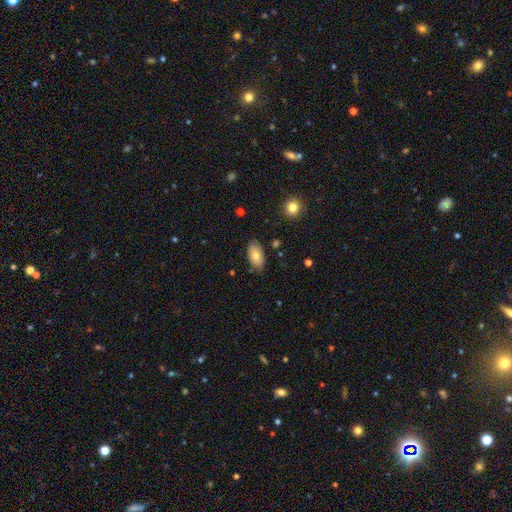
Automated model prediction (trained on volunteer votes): A smooth galaxy with no disk features (77%) that is in between round and cigar-shaped (94%). Merging: none (81%).